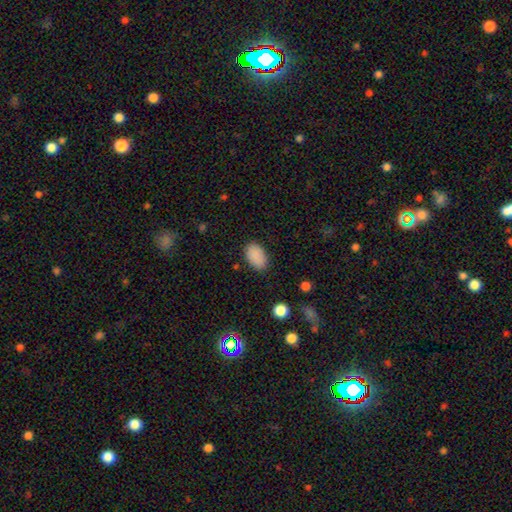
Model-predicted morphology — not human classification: type=smooth (89%); roundness=in between (92%); merging=none (84%).